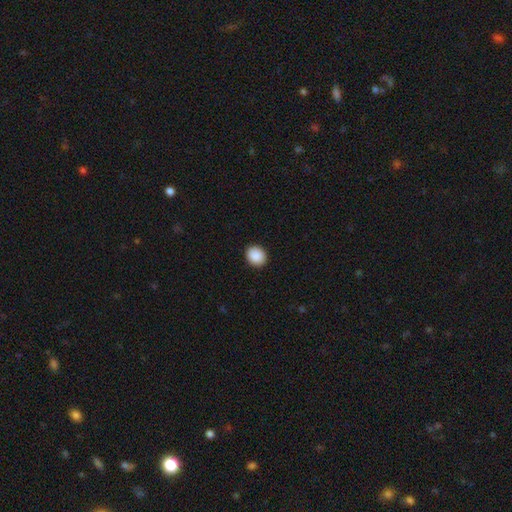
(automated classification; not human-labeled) Q: Smooth or featured?
A: smooth (90%); runner-up: star or artifact (8%)
Q: How rounded?
A: round (66%); runner-up: in between (33%)
Q: Merging?
A: none (92%); runner-up: minor disturbance (6%)